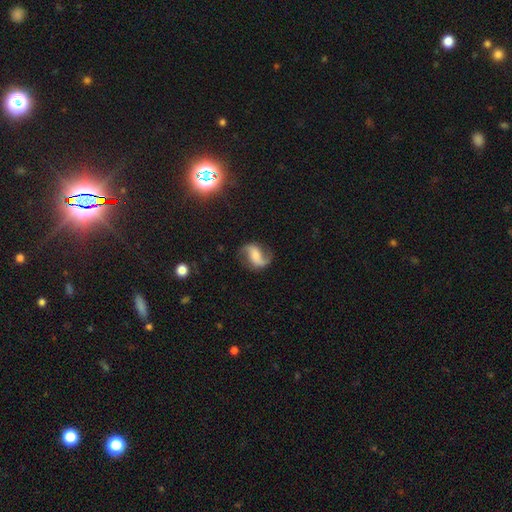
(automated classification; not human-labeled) Q: Smooth or featured?
A: featured or disk (79%); runner-up: smooth (14%)
Q: Edge-on disk?
A: no (97%); runner-up: yes (3%)
Q: Bar?
A: no (38%); runner-up: weak (37%)
Q: Spiral arms?
A: yes (95%); runner-up: no (5%)
Q: Spiral winding?
A: loose (65%); runner-up: medium (28%)
Q: Spiral arm count?
A: 2 (89%); runner-up: 1 (5%)
Q: Bulge size?
A: small (34%); runner-up: moderate (33%)
Q: Merging?
A: none (75%); runner-up: minor disturbance (16%)